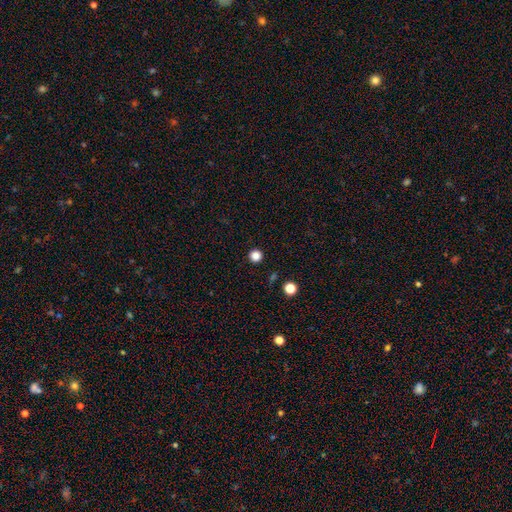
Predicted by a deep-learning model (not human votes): smooth-or-featured: smooth: 84% | star or artifact: 13% | featured or disk: 3%
  how-rounded: round: 96% | in between: 3% | cigar-shaped: 1%
  merging: none: 93% | minor disturbance: 4% | major disturbance: 2% | merger: 1%